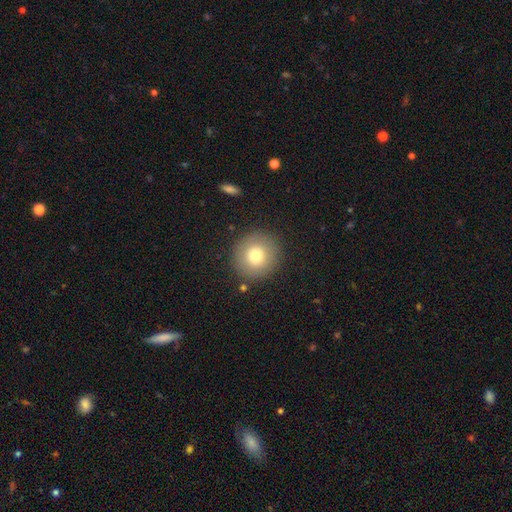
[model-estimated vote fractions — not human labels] Overall: smooth (75%). How rounded: round (94%). Merging: none (88%).